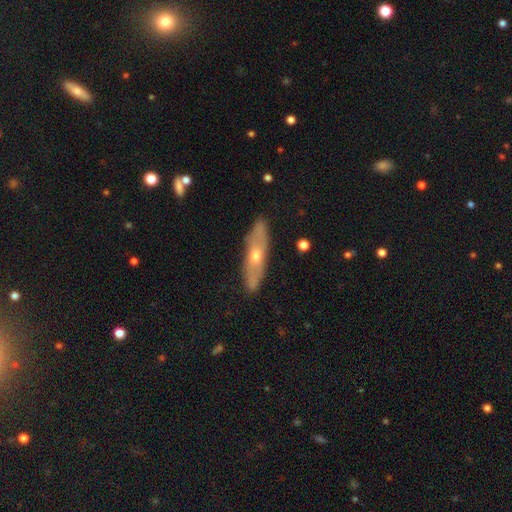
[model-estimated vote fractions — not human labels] A featured or disk galaxy (57%) viewed edge-on (51%). Merging: none (84%).